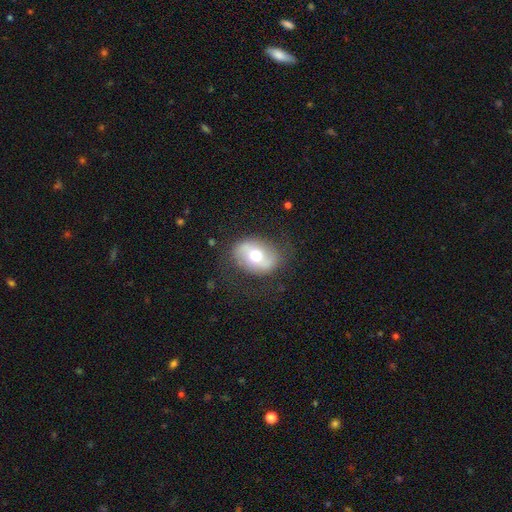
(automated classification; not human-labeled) A featured or disk galaxy (48%).

Vote fractions:
- Smooth or featured? featured or disk: 48% / smooth: 45% / star or artifact: 8%
- Merging? none: 76% / minor disturbance: 15% / major disturbance: 8% / merger: 1%